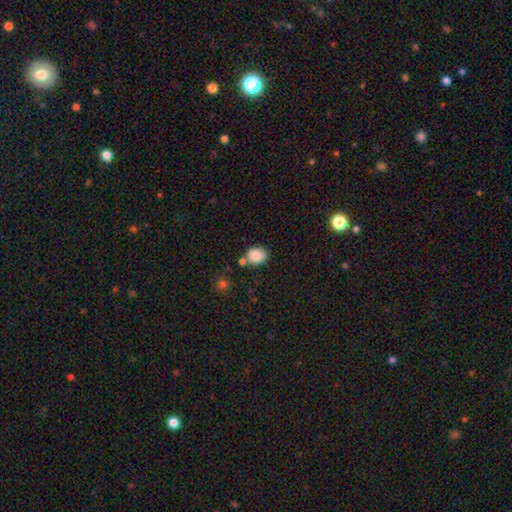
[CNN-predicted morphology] smooth-or-featured: smooth: 85% | star or artifact: 9% | featured or disk: 6%
  how-rounded: round: 58% | in between: 41% | cigar-shaped: 1%
  merging: none: 70% | merger: 14% | minor disturbance: 13% | major disturbance: 3%